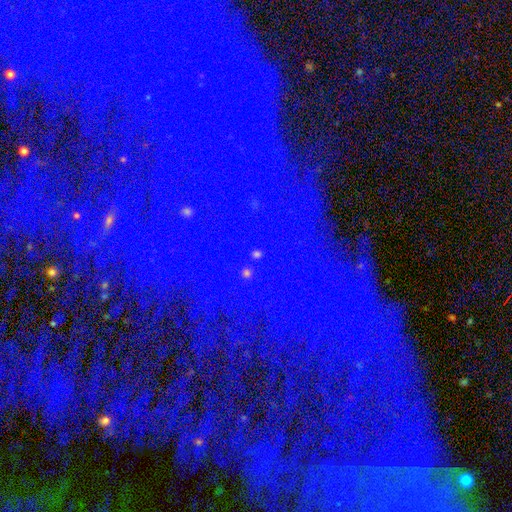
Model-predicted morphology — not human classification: type=star or artifact (84%).